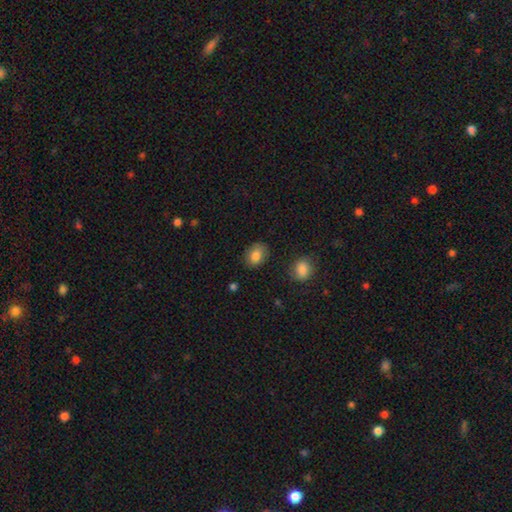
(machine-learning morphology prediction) Q: Smooth or featured?
A: smooth (84%); runner-up: star or artifact (9%)
Q: How rounded?
A: in between (70%); runner-up: round (29%)
Q: Merging?
A: none (80%); runner-up: minor disturbance (15%)